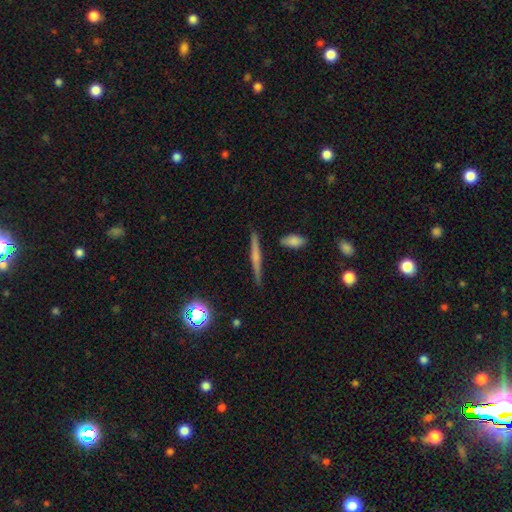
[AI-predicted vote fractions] Smooth or featured? featured or disk (52%)
Edge-on disk? yes (96%)
Edge-on bulge? rounded (49%)
Merging? none (87%)